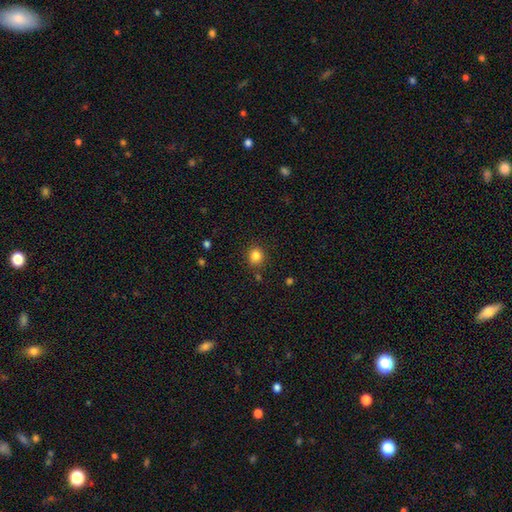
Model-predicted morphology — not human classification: Overall: smooth (83%). How rounded: round (77%). Merging: none (84%).